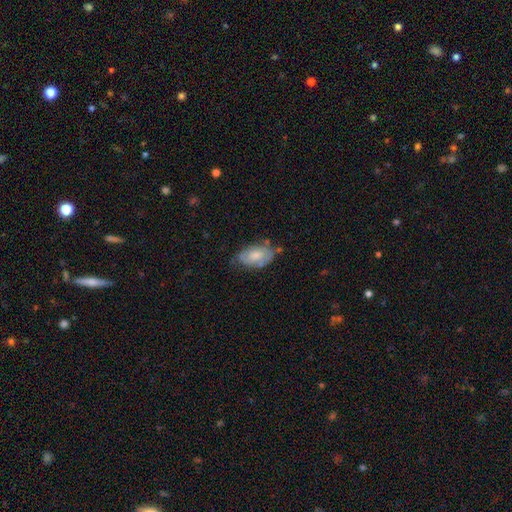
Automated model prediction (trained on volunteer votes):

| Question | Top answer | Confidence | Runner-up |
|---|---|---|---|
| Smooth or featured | smooth | 51% | featured or disk (42%) |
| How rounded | in between | 91% | round (7%) |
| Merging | none | 53% | minor disturbance (32%) |